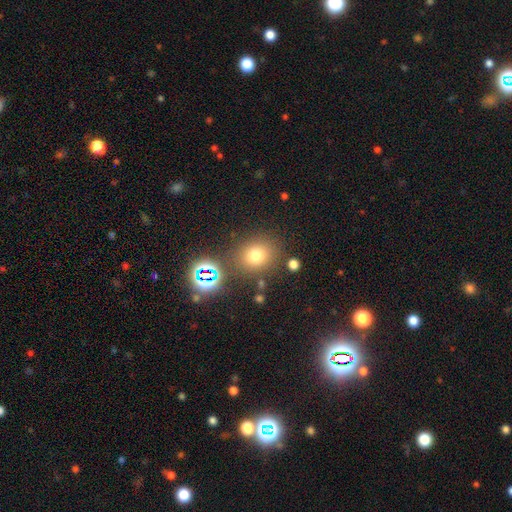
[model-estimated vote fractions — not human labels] This is likely a smooth galaxy (71%). How rounded: likely round (71%). Merging: likely none (79%).